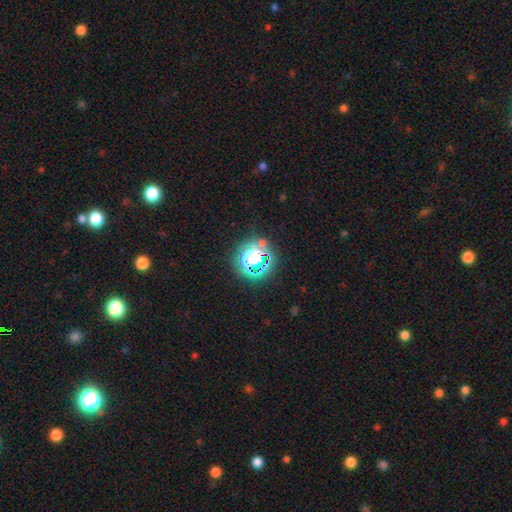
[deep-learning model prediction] Smooth or featured?
  - star or artifact: 72% *
  - smooth: 19%
  - featured or disk: 9%